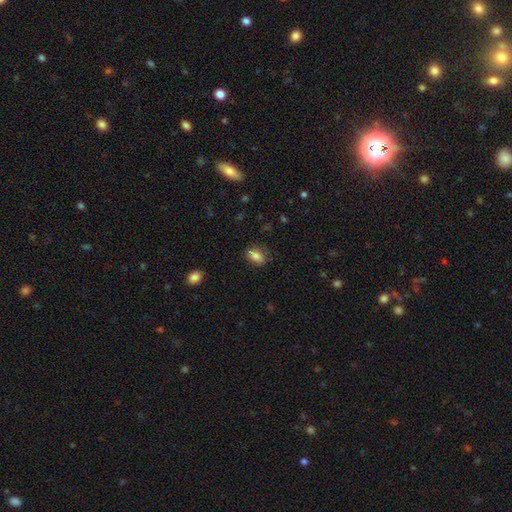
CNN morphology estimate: The model was most divided on "merging": none: 77%, minor disturbance: 17%, major disturbance: 4%, merger: 2%. More confident: how rounded — in between (82%); smooth or featured — smooth (82%).